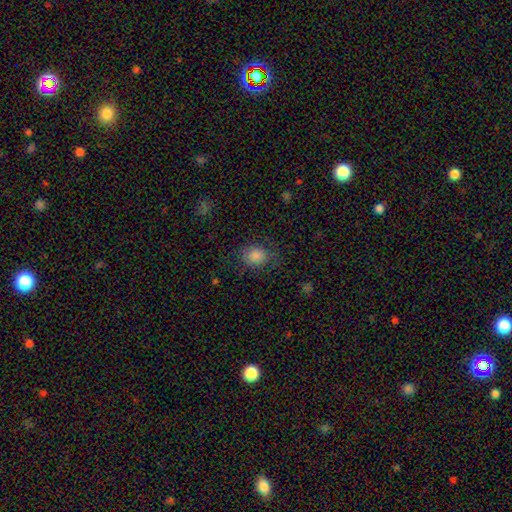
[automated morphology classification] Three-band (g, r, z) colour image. It shows a smooth galaxy with no disk features (83%) that is round (60%). Merging: none (74%).